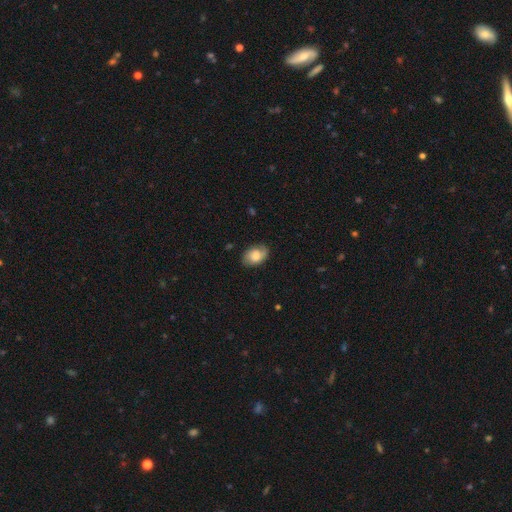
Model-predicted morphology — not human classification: smooth_or_featured: smooth (p=0.63) [alt: featured or disk p=0.29]
how_rounded: in between (p=0.84) [alt: round p=0.15]
merging: none (p=0.74) [alt: minor disturbance p=0.20]